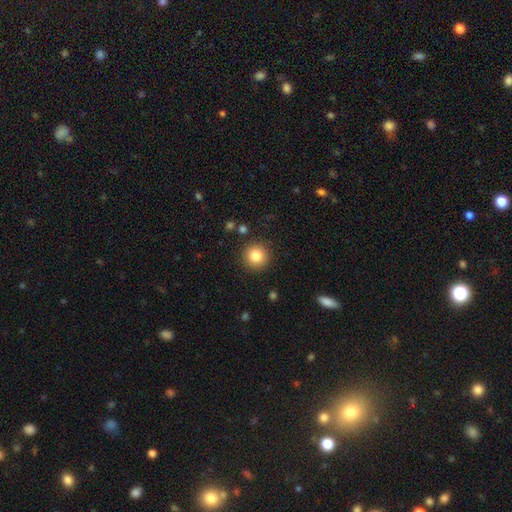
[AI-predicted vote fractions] A smooth galaxy with no disk features (83%) that is round (95%).

Vote fractions:
- Smooth or featured? smooth: 83% / star or artifact: 10% / featured or disk: 7%
- How rounded? round: 95% / in between: 5% / cigar-shaped: 1%
- Merging? none: 90% / minor disturbance: 6% / major disturbance: 2% / merger: 2%